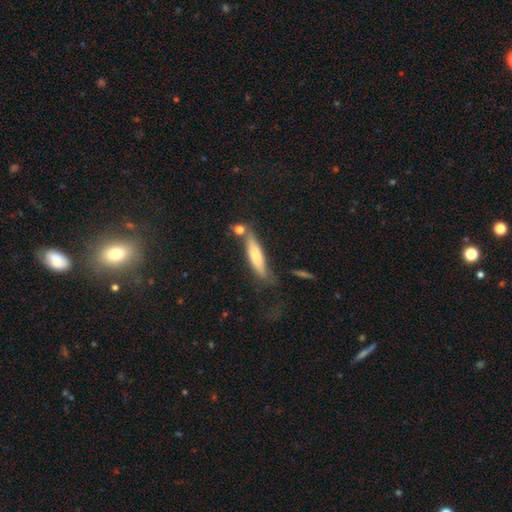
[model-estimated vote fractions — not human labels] Smooth or featured? Predicted: smooth (p=0.65). How rounded? Predicted: cigar-shaped (p=0.73). Merging? Predicted: none (p=0.57).